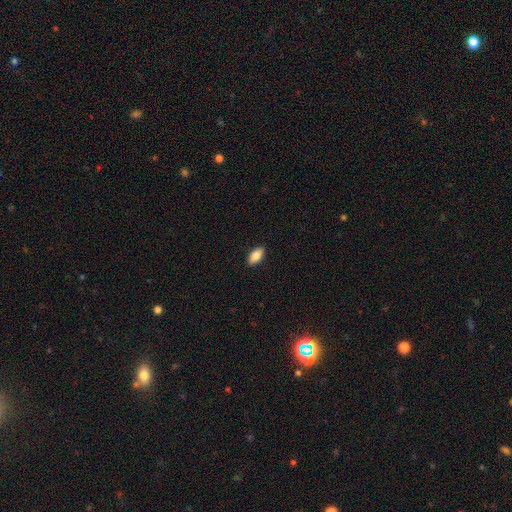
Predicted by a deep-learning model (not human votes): Smooth or featured? Predicted: smooth (p=0.85). How rounded? Predicted: in between (p=0.91). Merging? Predicted: none (p=0.90).